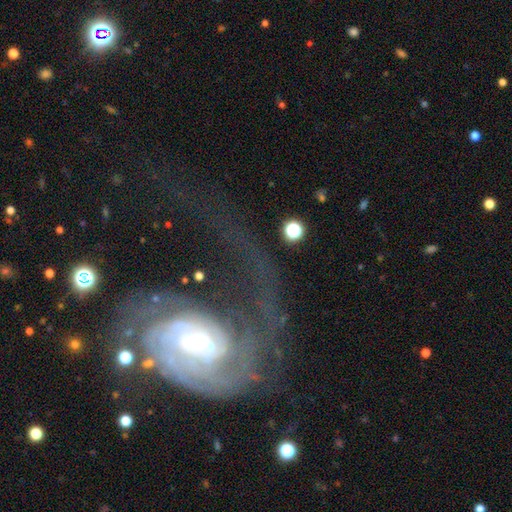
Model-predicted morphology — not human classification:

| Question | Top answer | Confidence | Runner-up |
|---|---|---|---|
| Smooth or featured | featured or disk | 85% | smooth (8%) |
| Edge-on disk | no | 97% | yes (3%) |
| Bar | weak | 43% | no (40%) |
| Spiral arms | yes | 94% | no (6%) |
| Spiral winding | tight | 44% | medium (35%) |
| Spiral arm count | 2 | 38% | can't tell (24%) |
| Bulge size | small | 62% | moderate (31%) |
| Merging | major disturbance | 48% | none (33%) |